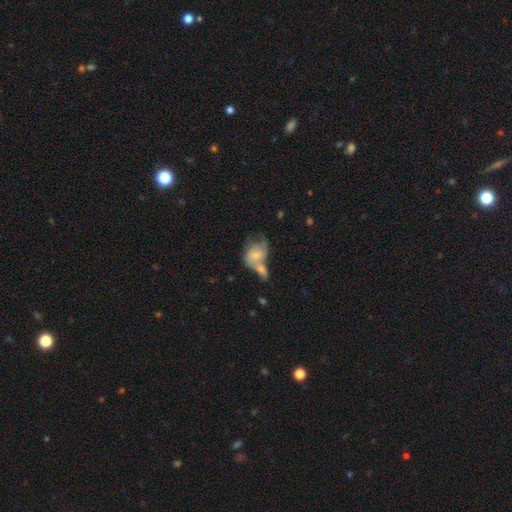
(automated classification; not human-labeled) smooth 54%, featured or disk 39%, star or artifact 8%. Down the decision tree: how rounded — in between (62%); merging — merger (59%).